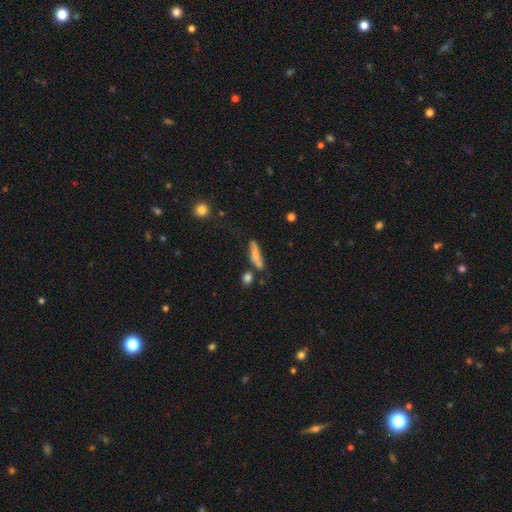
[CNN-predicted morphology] type=smooth (64%); roundness=cigar-shaped (66%); merging=none (54%).